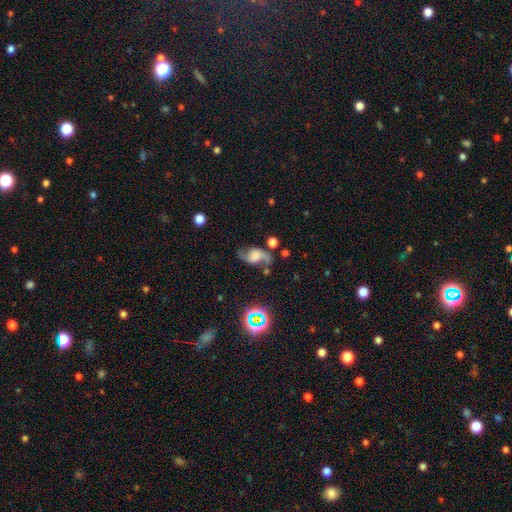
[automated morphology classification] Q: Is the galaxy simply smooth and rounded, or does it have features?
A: featured or disk — 73%.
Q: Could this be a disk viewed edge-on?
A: no — 95%.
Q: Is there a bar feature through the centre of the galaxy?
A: no — 53%.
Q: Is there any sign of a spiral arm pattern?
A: yes — 93%.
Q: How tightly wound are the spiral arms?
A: loose — 72%.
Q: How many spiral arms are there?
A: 2 — 91%.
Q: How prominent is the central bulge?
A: none — 33%.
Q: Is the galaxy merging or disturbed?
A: none — 61%.